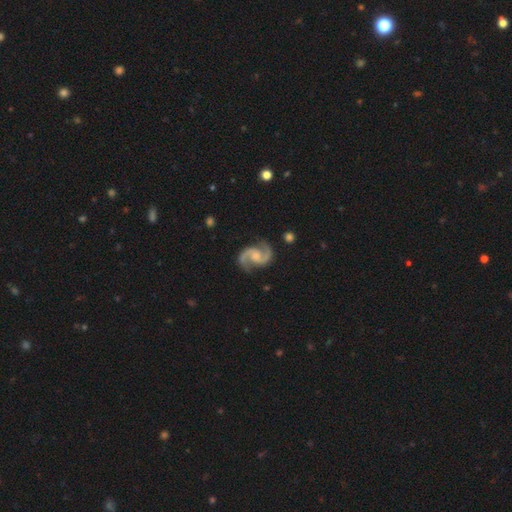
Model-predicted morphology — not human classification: This is clearly a featured or disk galaxy (94%). It is clearly not viewed edge-on (98%). Bar: possibly no (52%). Spiral arm pattern: clearly yes (99%). Spiral arm count: clearly 2 (95%). Spiral winding: likely medium (62%). Central bulge: marginally moderate (40%). Merging: clearly none (83%).